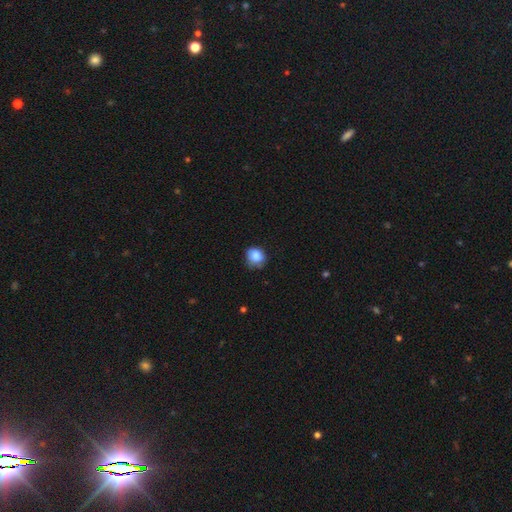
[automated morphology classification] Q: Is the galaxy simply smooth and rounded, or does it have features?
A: smooth — 84%.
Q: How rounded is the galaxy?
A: round — 76%.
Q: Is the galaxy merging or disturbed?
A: none — 61%.